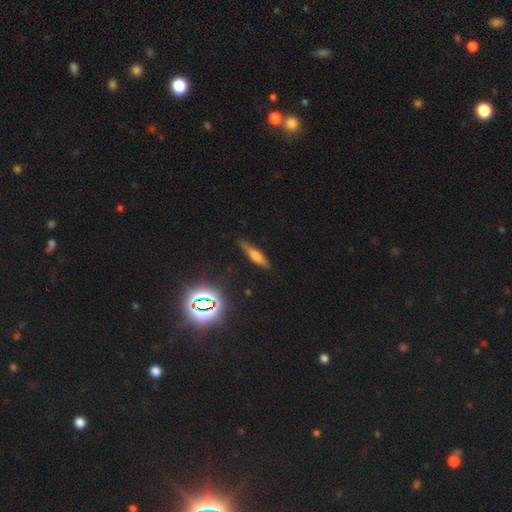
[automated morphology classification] Overall: smooth (48%; featured or disk 38%). Merging: none (83%).